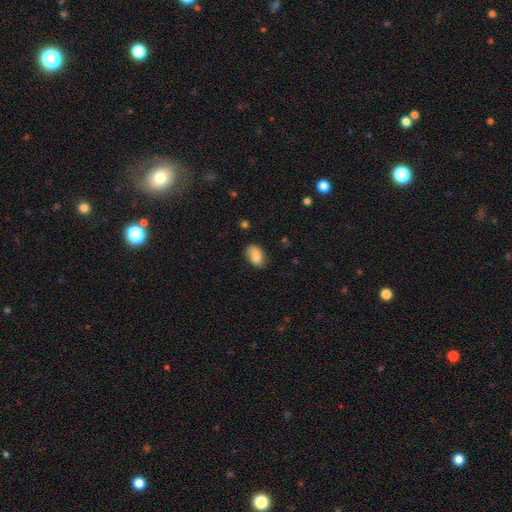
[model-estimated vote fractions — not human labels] smooth-or-featured: smooth: 86% | star or artifact: 7% | featured or disk: 6%
  how-rounded: in between: 88% | round: 11% | cigar-shaped: 1%
  merging: none: 76% | minor disturbance: 19% | major disturbance: 4% | merger: 1%